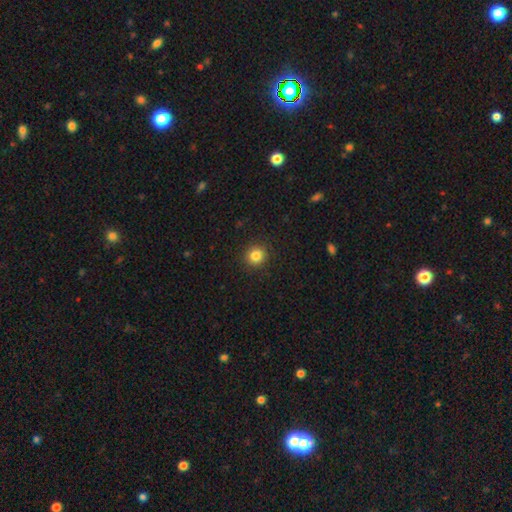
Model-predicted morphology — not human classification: Smooth or featured? Predicted: smooth (p=0.84). How rounded? Predicted: round (p=0.91). Merging? Predicted: none (p=0.91).